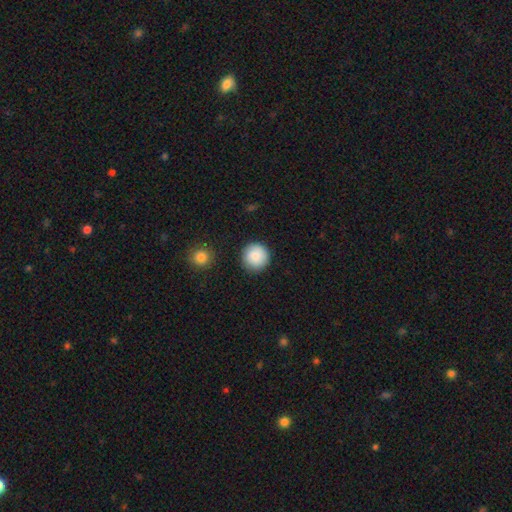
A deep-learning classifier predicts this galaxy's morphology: The model was most divided on "smooth or featured": smooth: 87%, star or artifact: 7%, featured or disk: 6%. More confident: how rounded — round (96%); merging — none (89%).